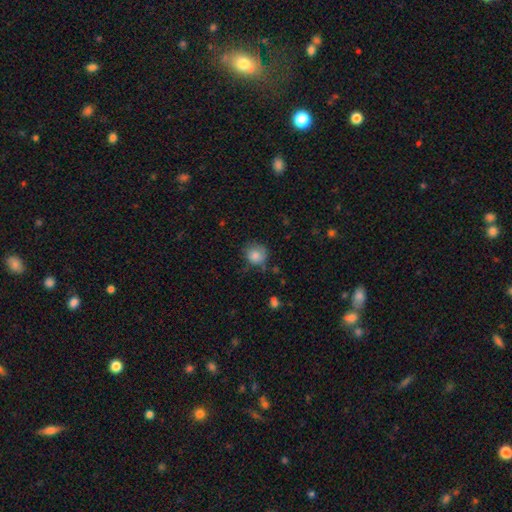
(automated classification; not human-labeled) smooth 83%, star or artifact 9%, featured or disk 8%. Down the decision tree: how rounded — round (83%); merging — none (63%).